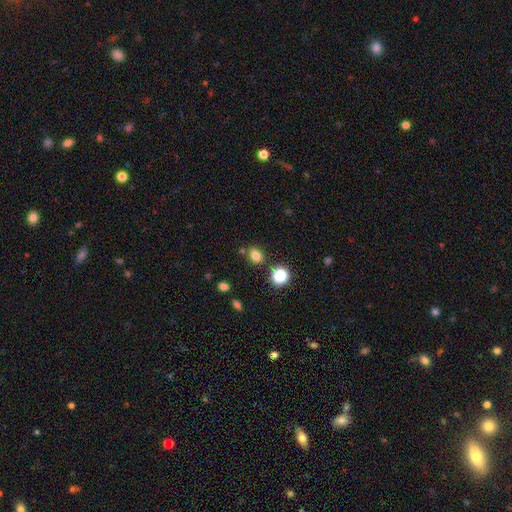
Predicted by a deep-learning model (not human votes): This appears to be a smooth galaxy with no disk features (77%) that is in between round and cigar-shaped (58%). Merging: none (76%).